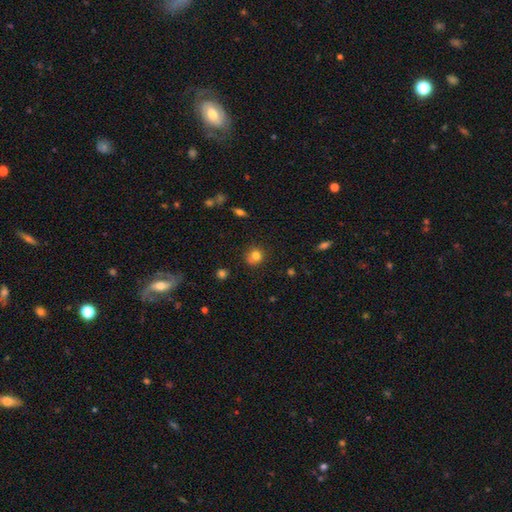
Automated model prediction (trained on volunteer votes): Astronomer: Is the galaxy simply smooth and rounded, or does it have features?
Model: smooth — 78%.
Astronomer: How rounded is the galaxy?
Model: round — 80%.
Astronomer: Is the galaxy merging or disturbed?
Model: none — 64%.